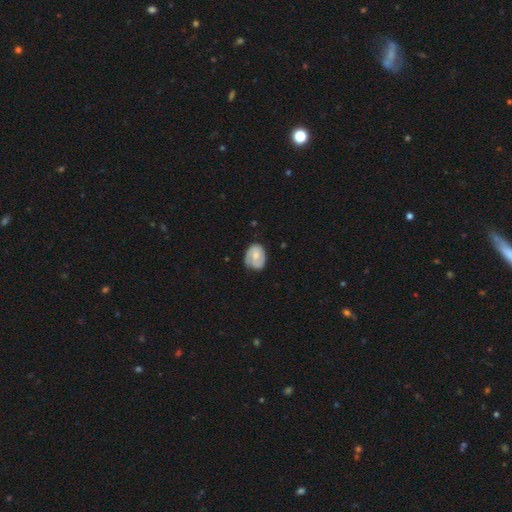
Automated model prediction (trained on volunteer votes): This is possibly a featured or disk galaxy (49%). Merging: likely none (63%).